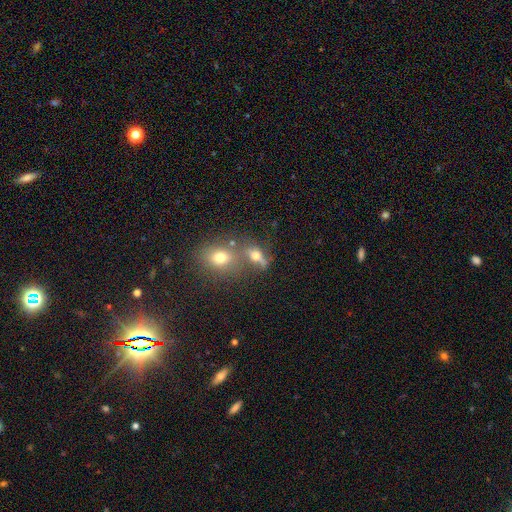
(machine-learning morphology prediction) A smooth galaxy with no disk features (57%) that is in between round and cigar-shaped (48%).

Vote fractions:
- Smooth or featured? smooth: 57% / featured or disk: 24% / star or artifact: 19%
- How rounded? in between: 48% / round: 41% / cigar-shaped: 11%
- Merging? none: 44% / merger: 36% / minor disturbance: 12% / major disturbance: 9%